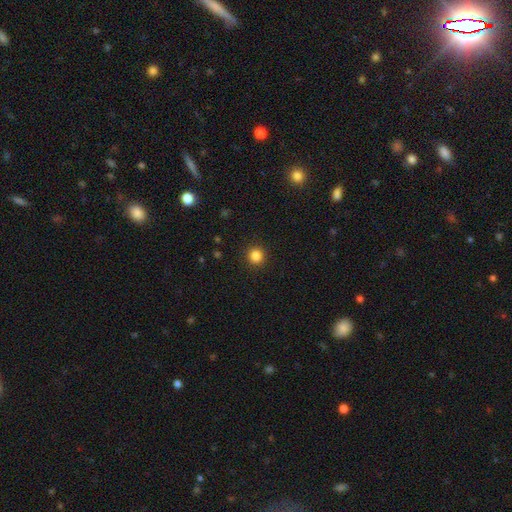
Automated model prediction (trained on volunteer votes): smooth-or-featured: smooth: 84% | star or artifact: 12% | featured or disk: 4%
  how-rounded: round: 93% | in between: 6% | cigar-shaped: 1%
  merging: none: 92% | minor disturbance: 5% | major disturbance: 2% | merger: 1%